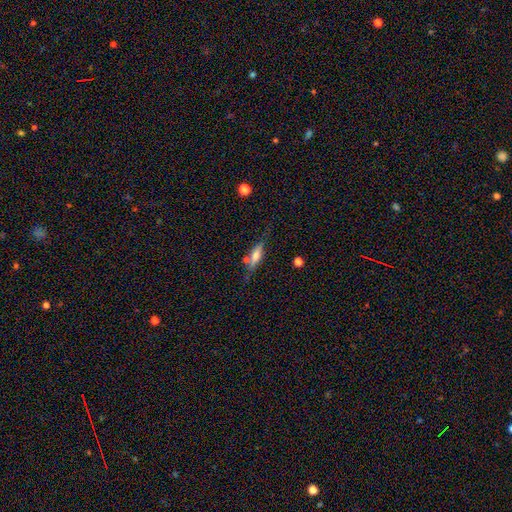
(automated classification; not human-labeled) This is possibly a featured or disk galaxy (50%). Merging: likely none (69%).